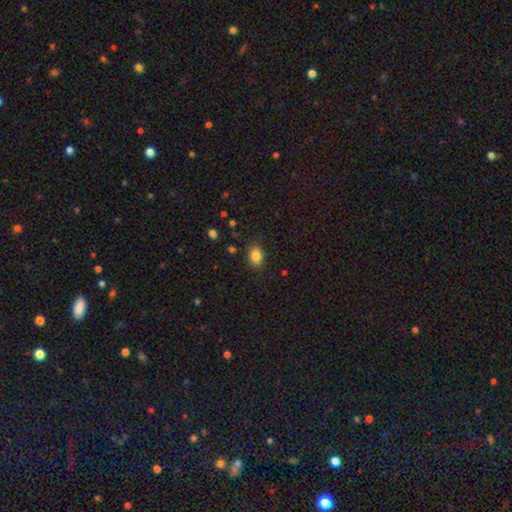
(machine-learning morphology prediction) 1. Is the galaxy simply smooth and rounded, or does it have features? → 83% smooth, 10% star or artifact, 7% featured or disk.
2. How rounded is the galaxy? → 71% in between, 27% round, 1% cigar-shaped.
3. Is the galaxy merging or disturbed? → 86% none, 10% minor disturbance, 2% major disturbance, 1% merger.